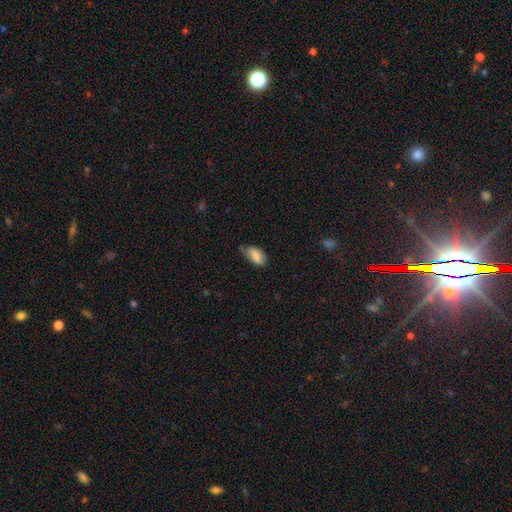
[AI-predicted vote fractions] Smooth or featured: smooth — 82% (featured or disk — 11%)
How rounded: in between — 92% (round — 4%)
Merging: none — 48% (minor disturbance — 41%)